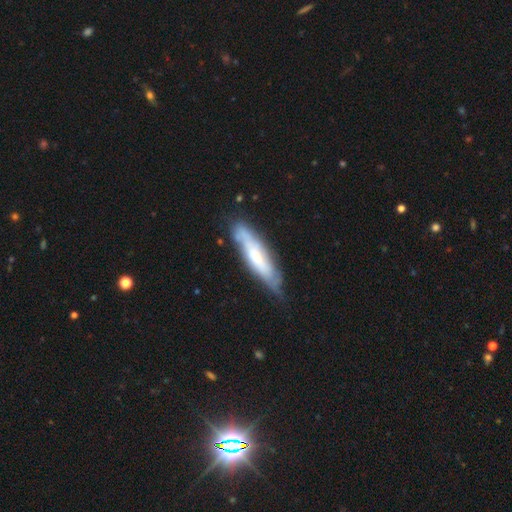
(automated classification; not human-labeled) A featured or disk galaxy (56%).

Vote fractions:
- Smooth or featured? featured or disk: 56% / smooth: 38% / star or artifact: 6%
- Edge-on disk? no: 51% / yes: 49%
- Merging? none: 69% / minor disturbance: 23% / major disturbance: 5% / merger: 2%